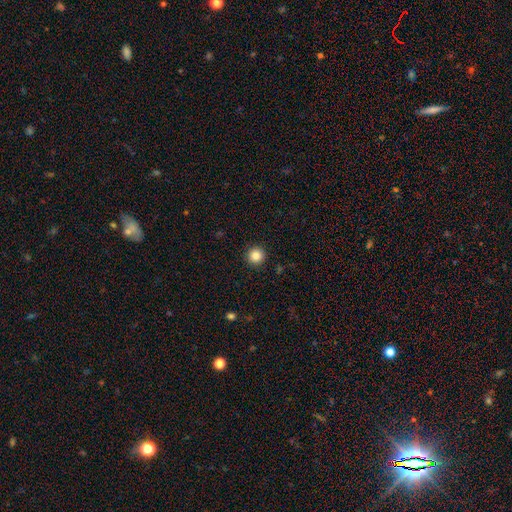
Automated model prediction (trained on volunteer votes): This is clearly a smooth galaxy (85%). How rounded: clearly round (95%). Merging: clearly none (93%).